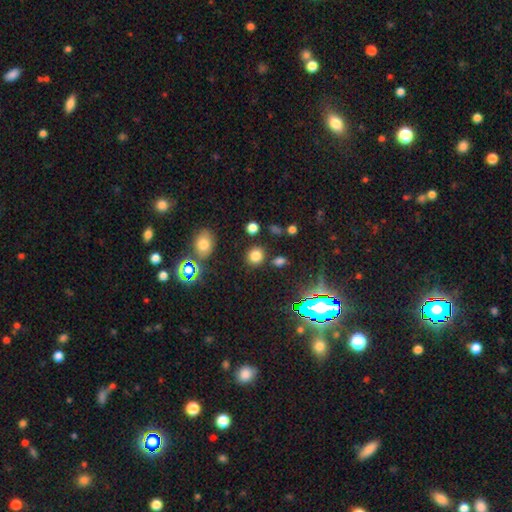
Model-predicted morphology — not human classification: smooth_or_featured: smooth (p=0.77) [alt: star or artifact p=0.18]
how_rounded: round (p=0.83) [alt: in between p=0.16]
merging: none (p=0.83) [alt: minor disturbance p=0.08]